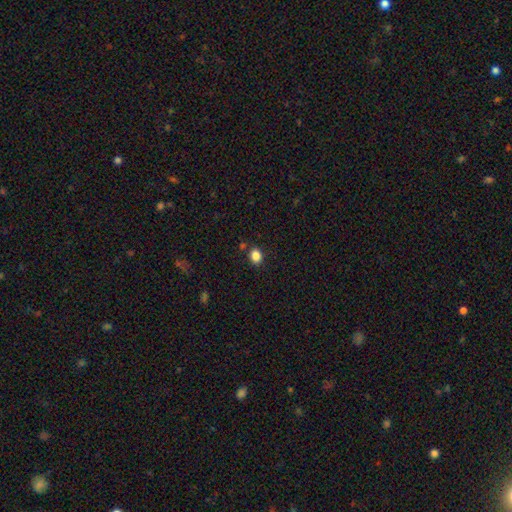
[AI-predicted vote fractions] This is clearly a smooth galaxy (85%). How rounded: possibly round (51%). Merging: clearly none (84%).